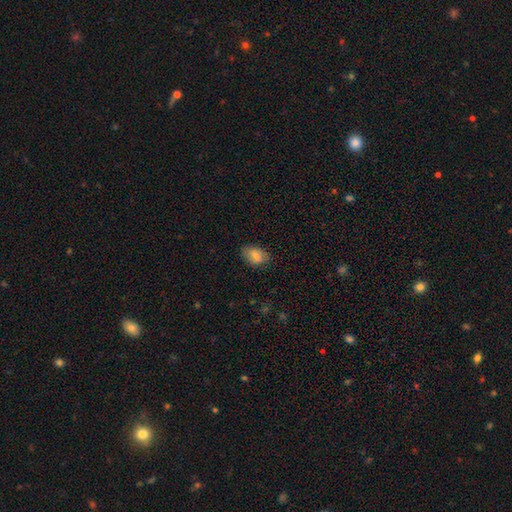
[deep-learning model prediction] Overall: smooth (79%). How rounded: in between (86%). Merging: none (77%).